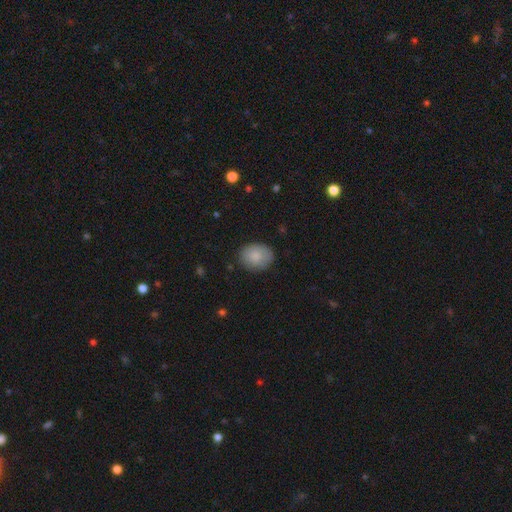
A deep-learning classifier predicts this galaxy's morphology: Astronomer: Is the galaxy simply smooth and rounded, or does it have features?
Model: smooth — 85%.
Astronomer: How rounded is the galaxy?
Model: in between — 55% (runner-up: round, 44%).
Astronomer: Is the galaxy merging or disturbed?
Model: none — 84%.